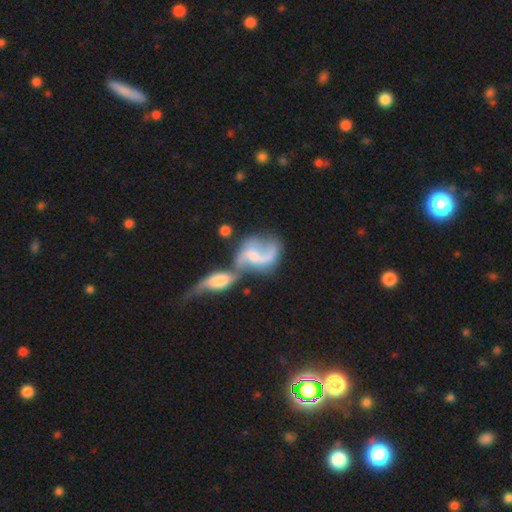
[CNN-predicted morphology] Smooth or featured? Predicted: featured or disk (p=0.80). Edge-on disk? Predicted: no (p=0.96). Bar? Predicted: no (p=0.44). Spiral arms? Predicted: yes (p=0.92). Spiral winding? Predicted: loose (p=0.67). Spiral arm count? Predicted: 2 (p=0.82). Bulge size? Predicted: small (p=0.44). Merging? Predicted: merger (p=0.68).